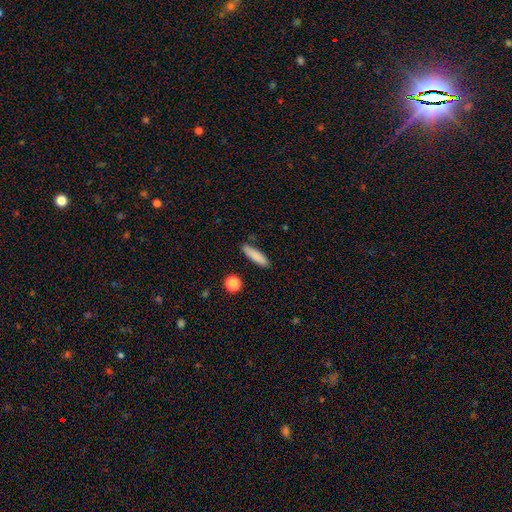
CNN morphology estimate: type=smooth (85%); roundness=cigar-shaped (75%); merging=none (84%).